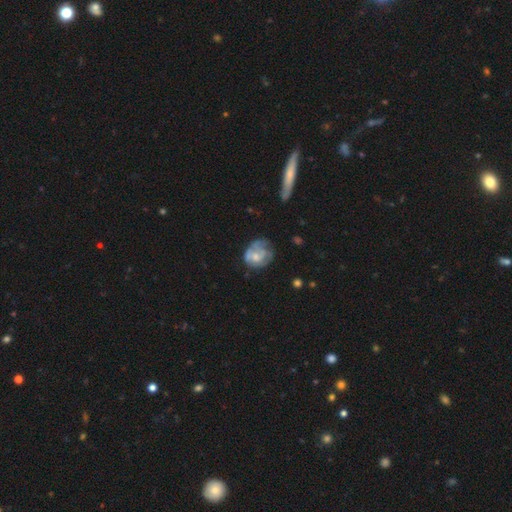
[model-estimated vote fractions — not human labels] This appears to be a featured or disk galaxy (49%). Merging: none (43%).